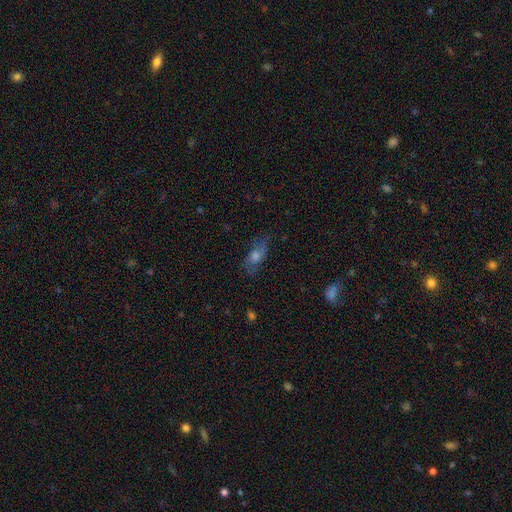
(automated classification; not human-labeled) A smooth galaxy with no disk features (47%).

Vote fractions:
- Smooth or featured? smooth: 47% / featured or disk: 39% / star or artifact: 14%
- Merging? none: 69% / minor disturbance: 20% / major disturbance: 9% / merger: 2%